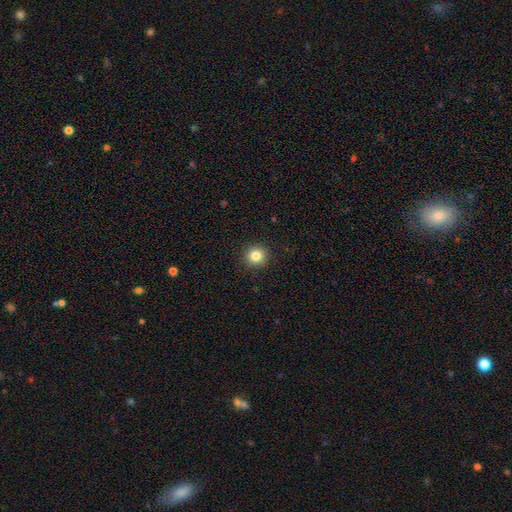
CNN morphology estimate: smooth_or_featured: smooth (p=0.83) [alt: star or artifact p=0.11]
how_rounded: round (p=0.92) [alt: in between p=0.07]
merging: none (p=0.92) [alt: minor disturbance p=0.05]